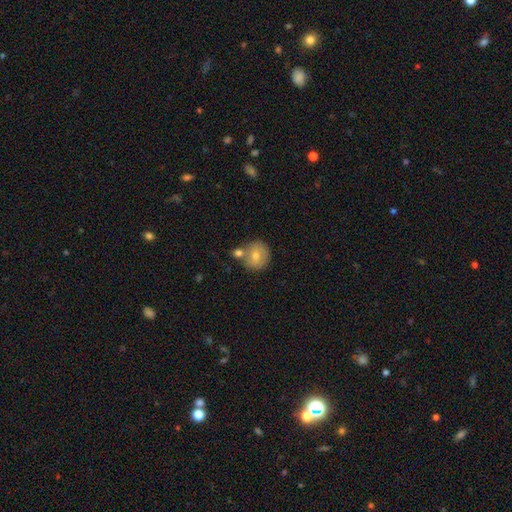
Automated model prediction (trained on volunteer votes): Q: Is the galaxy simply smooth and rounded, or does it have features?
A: smooth — 69%.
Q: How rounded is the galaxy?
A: round — 85%.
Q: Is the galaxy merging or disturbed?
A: none — 55%.